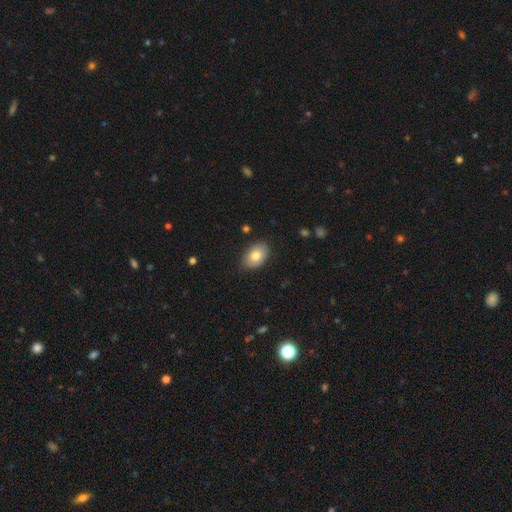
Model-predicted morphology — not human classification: Overall: smooth (77%). How rounded: in between (87%). Merging: none (85%).